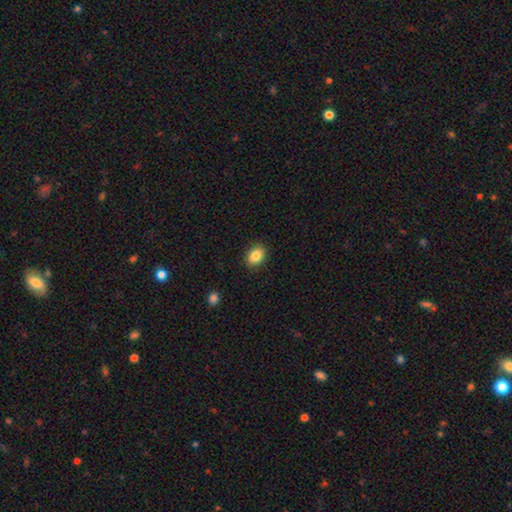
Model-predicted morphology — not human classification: This appears to be a smooth galaxy with no disk features (86%) that is in between round and cigar-shaped (73%). Merging: none (88%).